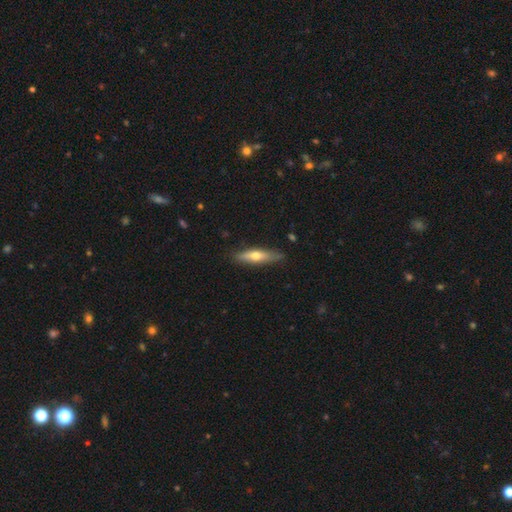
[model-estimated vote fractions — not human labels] smooth 51%, featured or disk 43%, star or artifact 6%. Down the decision tree: how rounded — cigar-shaped (74%); merging — none (82%).